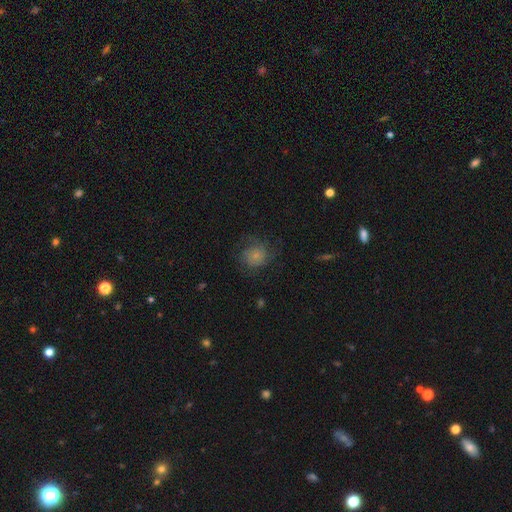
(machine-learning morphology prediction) Smooth or featured? Predicted: smooth (p=0.55). How rounded? Predicted: round (p=0.82). Merging? Predicted: none (p=0.60).